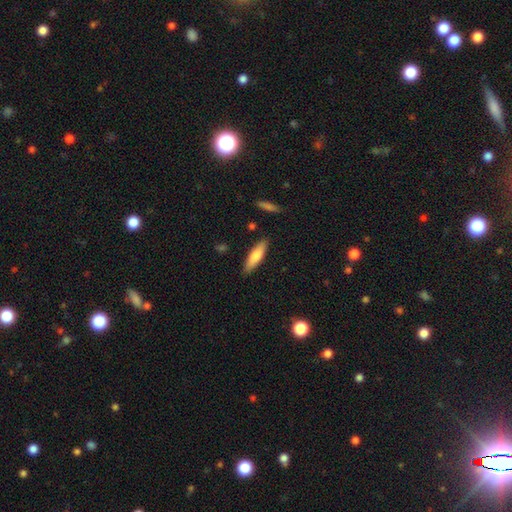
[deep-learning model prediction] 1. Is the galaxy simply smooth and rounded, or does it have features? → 73% smooth, 21% featured or disk, 6% star or artifact.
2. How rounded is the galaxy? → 61% cigar-shaped, 37% in between, 2% round.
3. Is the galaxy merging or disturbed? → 87% none, 9% minor disturbance, 2% major disturbance, 2% merger.